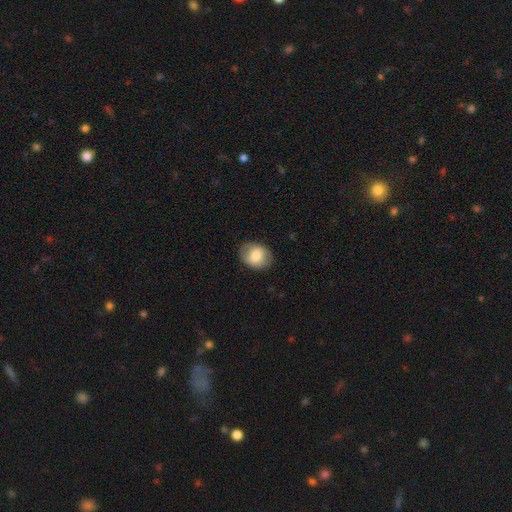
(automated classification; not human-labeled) A smooth galaxy with no disk features (68%) that is in between round and cigar-shaped (60%). Merging: none (83%).